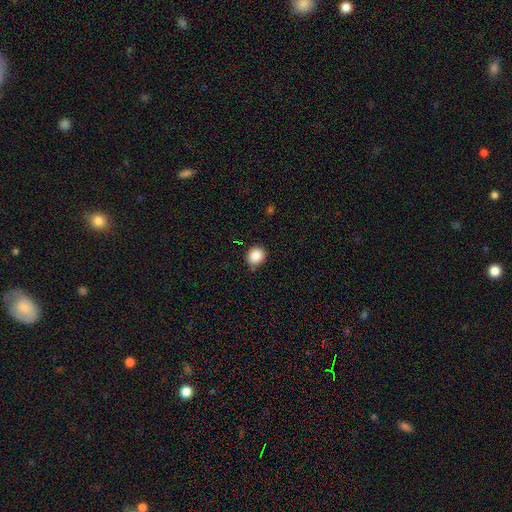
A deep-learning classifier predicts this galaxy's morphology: smooth_or_featured: smooth (p=0.88) [alt: star or artifact p=0.09]
how_rounded: round (p=0.73) [alt: in between p=0.26]
merging: none (p=0.83) [alt: minor disturbance p=0.12]